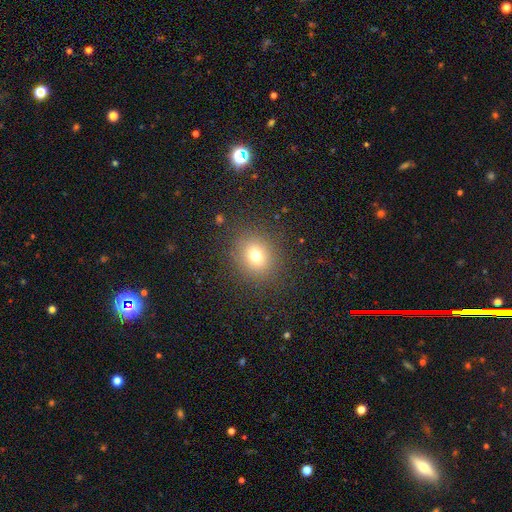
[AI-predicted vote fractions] This appears to be a smooth galaxy with no disk features (72%) that is round (79%). Merging: none (87%).